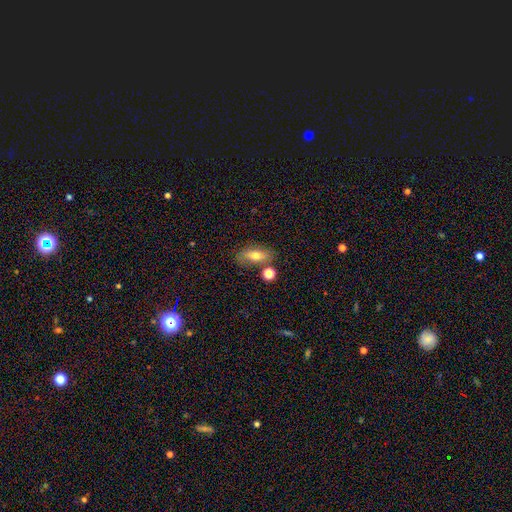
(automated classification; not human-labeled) A smooth galaxy with no disk features (62%) that is in between round and cigar-shaped (70%). Merging: none (70%).